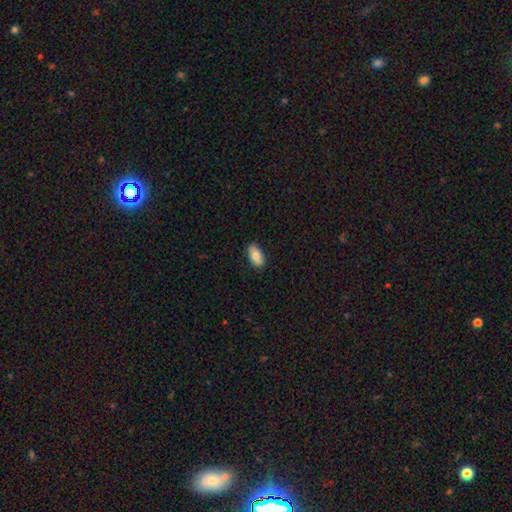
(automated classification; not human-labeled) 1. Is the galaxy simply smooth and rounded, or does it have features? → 79% smooth, 15% featured or disk, 6% star or artifact.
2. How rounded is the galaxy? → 92% in between, 4% cigar-shaped, 4% round.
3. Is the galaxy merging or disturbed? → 86% none, 11% minor disturbance, 2% major disturbance, 1% merger.